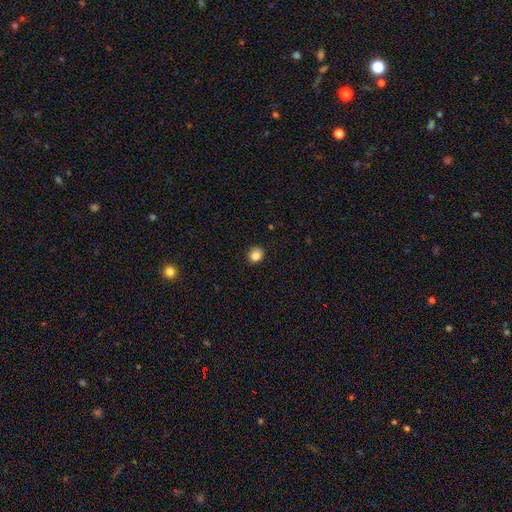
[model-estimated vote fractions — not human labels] A smooth galaxy with no disk features (85%) that is round (76%).

Vote fractions:
- Smooth or featured? smooth: 85% / star or artifact: 10% / featured or disk: 5%
- How rounded? round: 76% / in between: 23% / cigar-shaped: 1%
- Merging? none: 87% / minor disturbance: 10% / major disturbance: 2% / merger: 1%